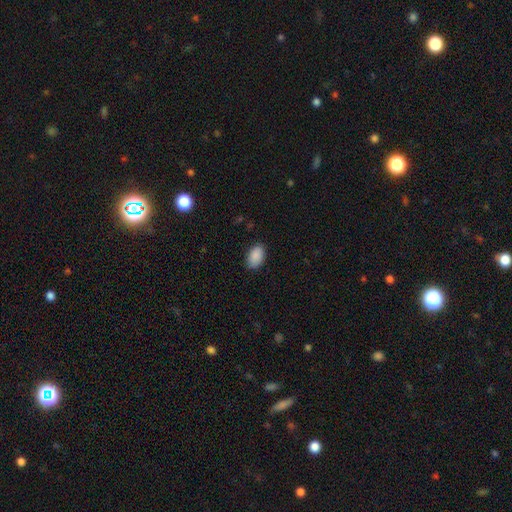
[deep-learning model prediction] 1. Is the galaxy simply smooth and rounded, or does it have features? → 90% smooth, 7% star or artifact, 3% featured or disk.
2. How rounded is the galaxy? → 91% in between, 8% round, 1% cigar-shaped.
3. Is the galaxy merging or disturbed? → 85% none, 12% minor disturbance, 2% major disturbance, 1% merger.